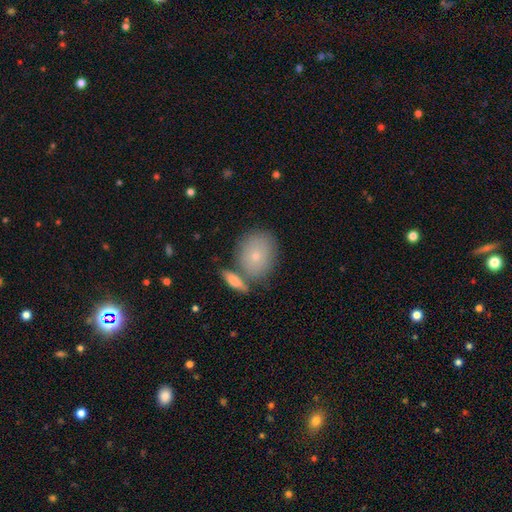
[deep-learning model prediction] Smooth or featured? Predicted: smooth (p=0.76). How rounded? Predicted: round (p=0.59). Merging? Predicted: none (p=0.63).